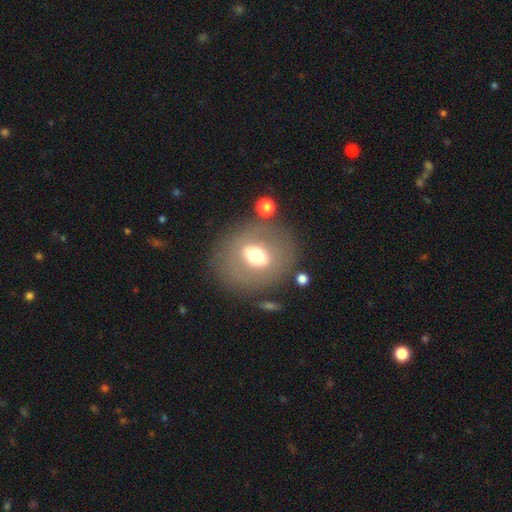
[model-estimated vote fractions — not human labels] Smooth or featured? Predicted: smooth (p=0.46). Merging? Predicted: none (p=0.76).